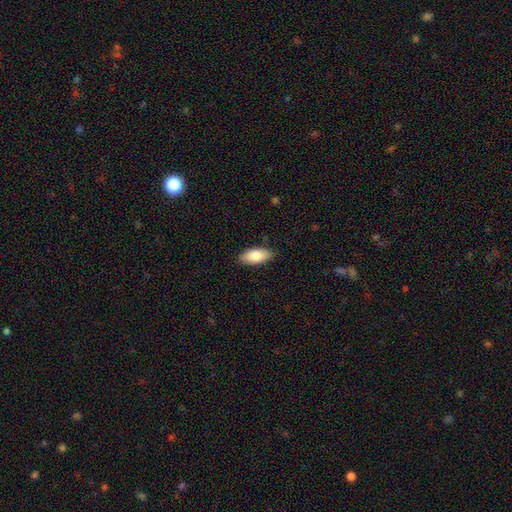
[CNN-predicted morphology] smooth_or_featured: smooth (p=0.81) [alt: featured or disk p=0.13]
how_rounded: in between (p=0.86) [alt: cigar-shaped p=0.12]
merging: none (p=0.88) [alt: minor disturbance p=0.10]